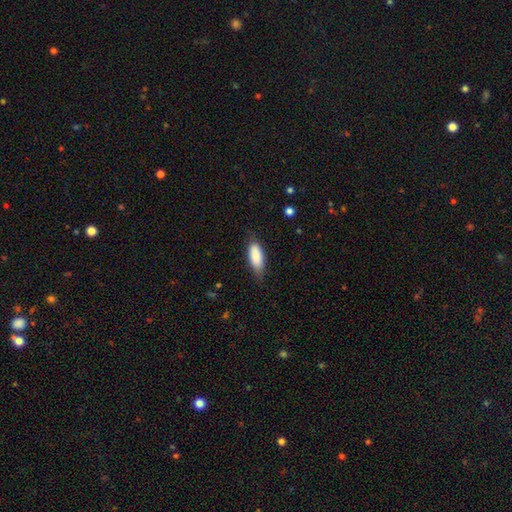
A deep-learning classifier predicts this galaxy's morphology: type=smooth (86%); roundness=in between (78%); merging=none (71%).